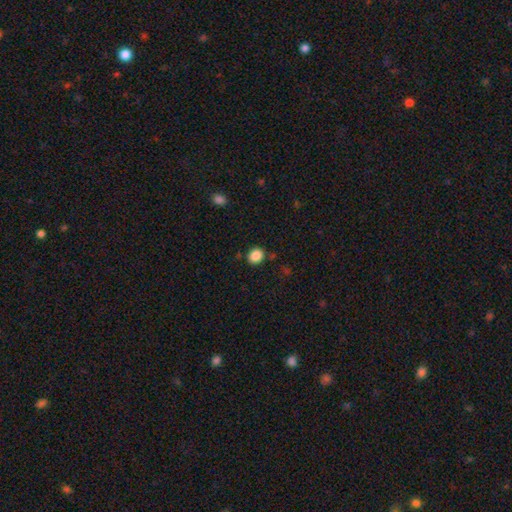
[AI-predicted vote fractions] Smooth or featured? smooth (87%)
How rounded? round (68%)
Merging? none (83%)